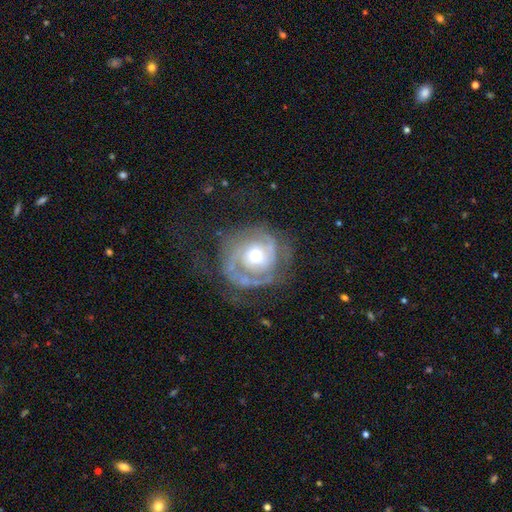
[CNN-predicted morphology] This is likely a featured or disk galaxy (79%). It is clearly not viewed edge-on (97%). Bar: likely no (67%). Spiral arm pattern: clearly yes (86%). Spiral arm count: marginally 2 (43%). Spiral winding: possibly tight (53%). Central bulge: likely moderate (66%). Merging: possibly none (55%).